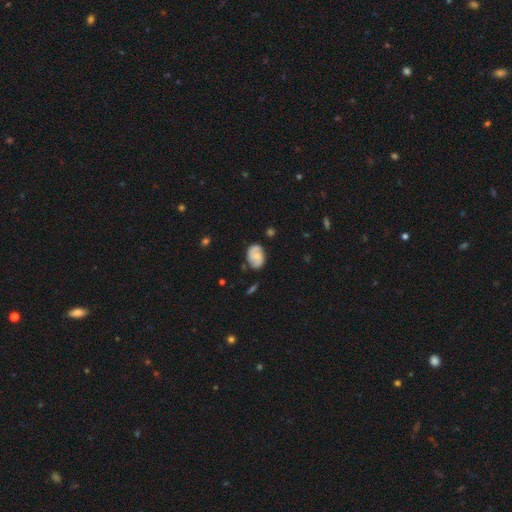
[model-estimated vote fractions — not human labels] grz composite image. It shows a featured or disk galaxy (53%) with no bar (60%), spiral arms (85%) and a small central bulge (46%). Merging: none (71%).